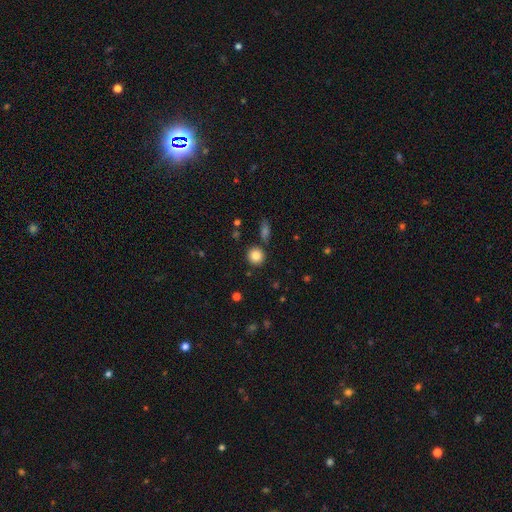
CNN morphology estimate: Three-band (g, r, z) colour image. It shows a smooth galaxy with no disk features (84%) that is round (91%). Merging: none (85%).